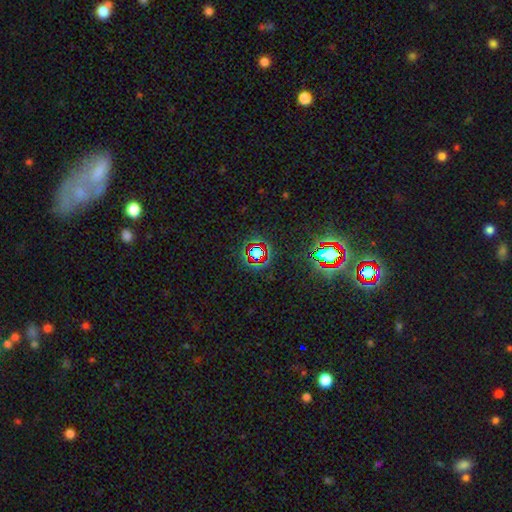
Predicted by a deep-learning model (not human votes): Q: Smooth or featured?
A: star or artifact (73%); runner-up: smooth (16%)